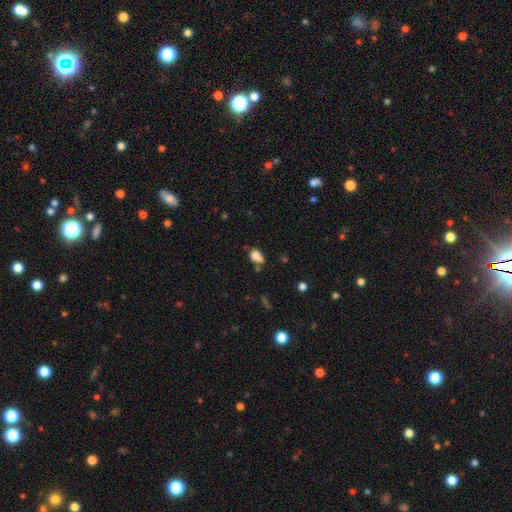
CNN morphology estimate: Q: Smooth or featured?
A: smooth (74%); runner-up: featured or disk (13%)
Q: How rounded?
A: in between (59%); runner-up: round (40%)
Q: Merging?
A: none (43%); runner-up: merger (29%)